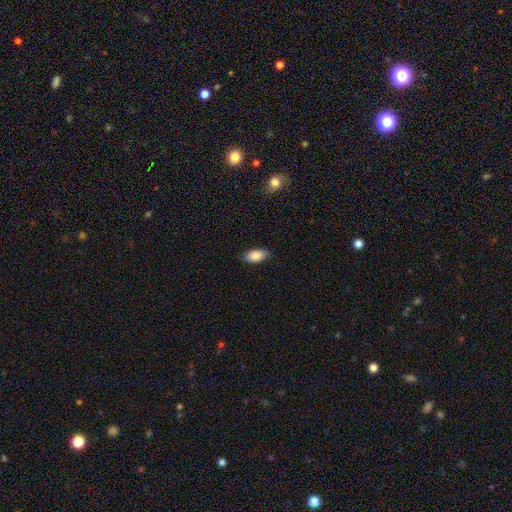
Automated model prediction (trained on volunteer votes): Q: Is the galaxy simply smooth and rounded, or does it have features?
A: smooth — 87%.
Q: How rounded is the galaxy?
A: in between — 92%.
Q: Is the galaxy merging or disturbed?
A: none — 84%.